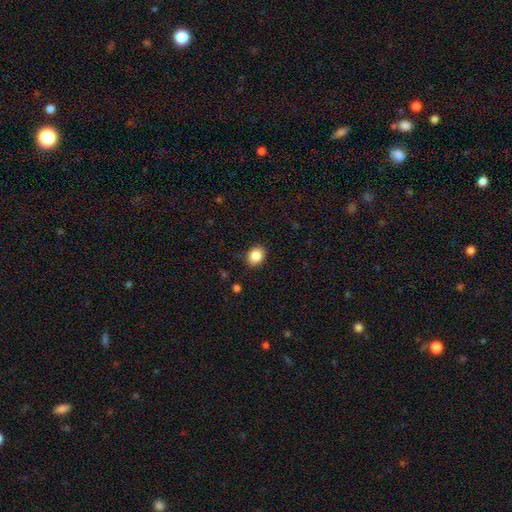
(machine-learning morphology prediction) This is clearly a smooth galaxy (86%). How rounded: possibly in between (54%). Merging: clearly none (87%).